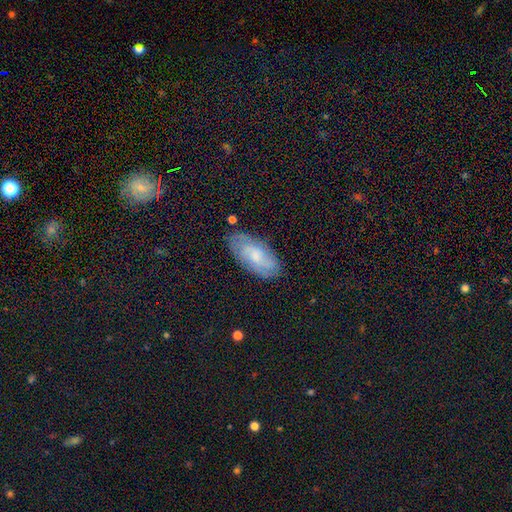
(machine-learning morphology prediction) featured or disk 51%, smooth 36%, star or artifact 13%. Down the decision tree: edge-on disk — no (92%); merging — none (79%).